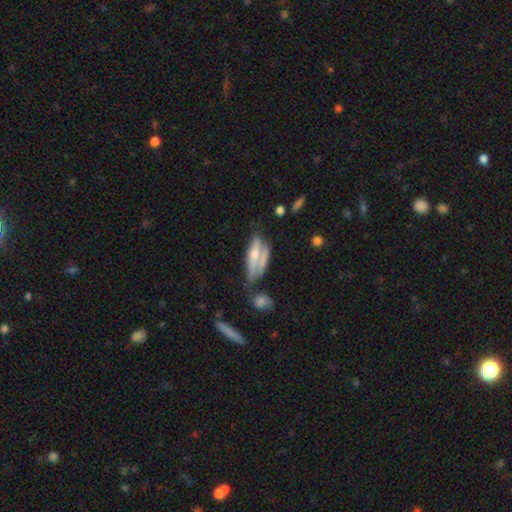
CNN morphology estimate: A smooth galaxy with no disk features (50%). Merging: none (31%).